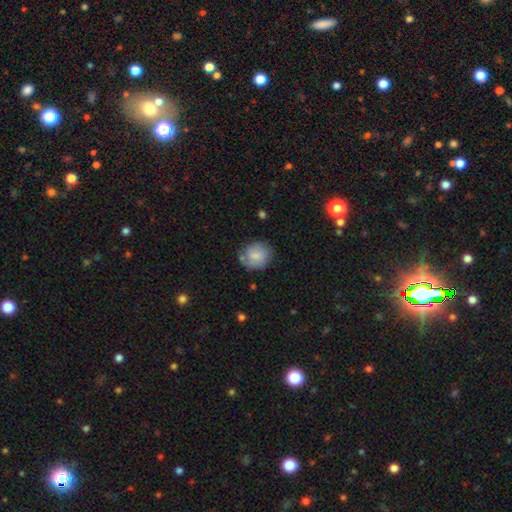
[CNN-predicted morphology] Smooth or featured? Predicted: smooth (p=0.73). How rounded? Predicted: round (p=0.78). Merging? Predicted: none (p=0.67).